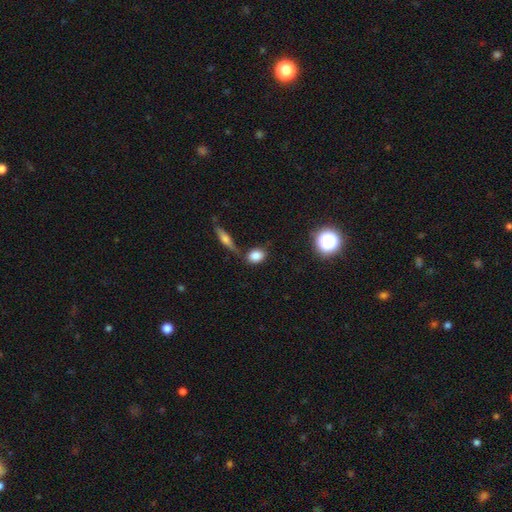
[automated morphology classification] This appears to be a smooth galaxy with no disk features (81%) that is in between round and cigar-shaped (65%). Merging: none (69%).